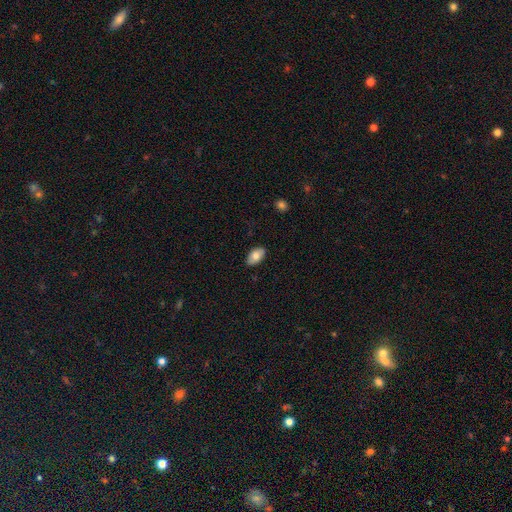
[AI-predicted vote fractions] Overall: smooth (75%). How rounded: in between (94%). Merging: none (85%).